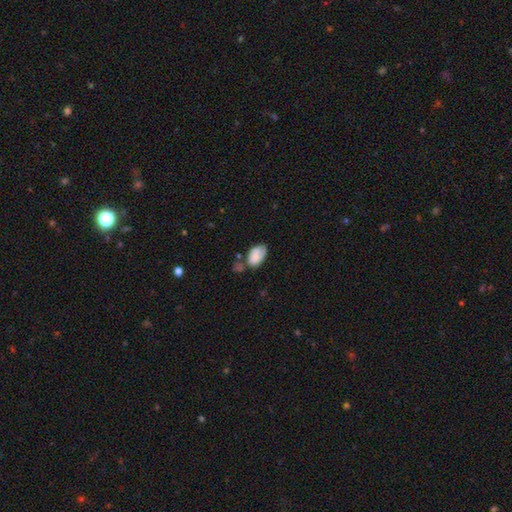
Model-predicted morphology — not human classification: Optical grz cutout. It shows a smooth galaxy with no disk features (78%) that is in between round and cigar-shaped (92%). Merging: none (44%).